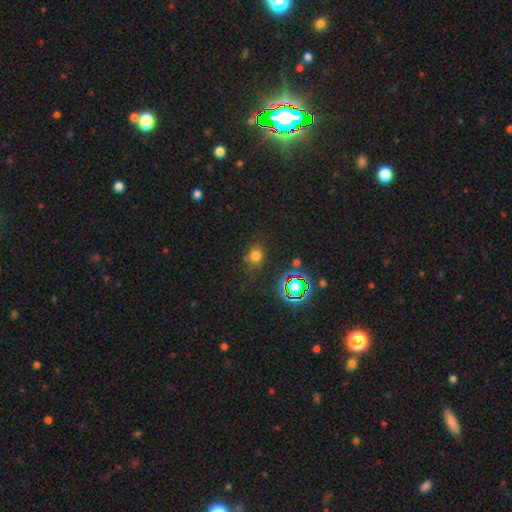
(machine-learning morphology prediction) This appears to be a smooth galaxy with no disk features (65%) that is round (63%). Merging: none (72%).